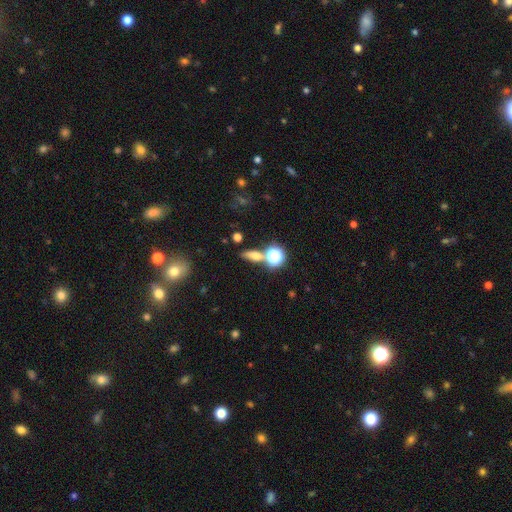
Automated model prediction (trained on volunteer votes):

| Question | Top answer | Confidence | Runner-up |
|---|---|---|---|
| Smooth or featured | smooth | 55% | star or artifact (25%) |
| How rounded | in between | 46% | cigar-shaped (28%) |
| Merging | none | 67% | merger (17%) |